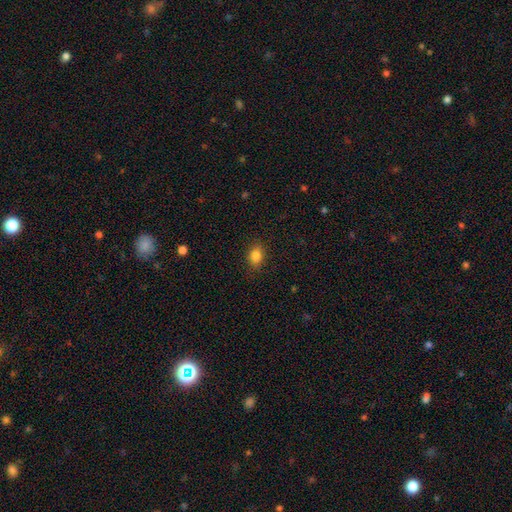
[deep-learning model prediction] This appears to be a smooth galaxy with no disk features (85%) that is in between round and cigar-shaped (75%). Merging: none (86%).